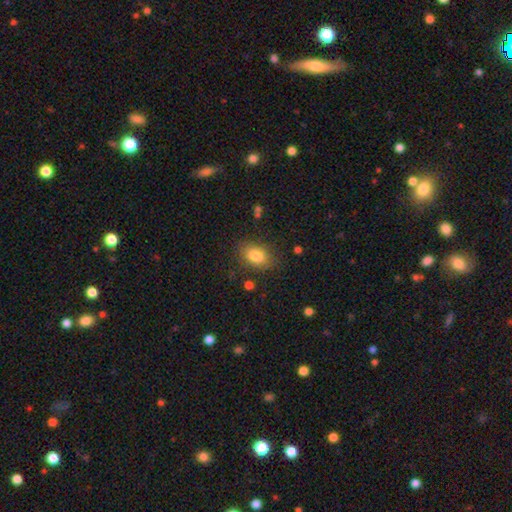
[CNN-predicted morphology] smooth-or-featured: smooth: 83% | featured or disk: 8% | star or artifact: 8%
  how-rounded: in between: 86% | round: 13% | cigar-shaped: 2%
  merging: none: 80% | minor disturbance: 14% | major disturbance: 4% | merger: 2%